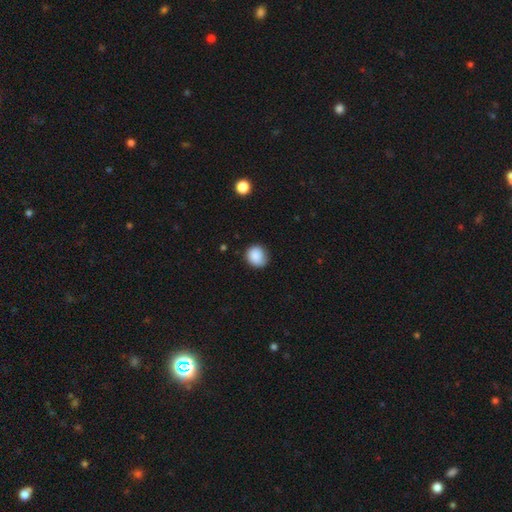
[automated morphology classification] smooth 86%, star or artifact 8%, featured or disk 6%. Down the decision tree: how rounded — round (84%); merging — none (75%).